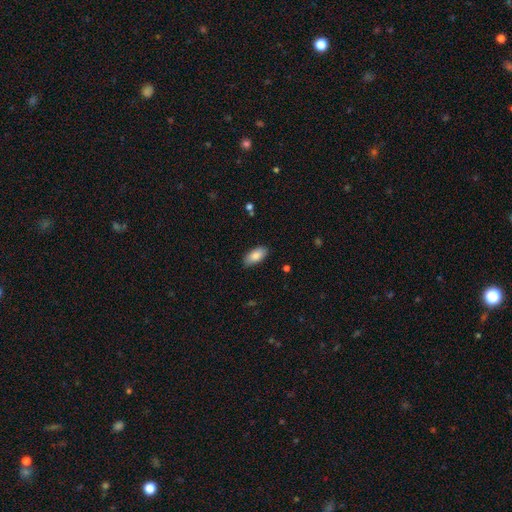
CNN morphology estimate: This is clearly a smooth galaxy (86%). How rounded: clearly in between (92%). Merging: clearly none (86%).